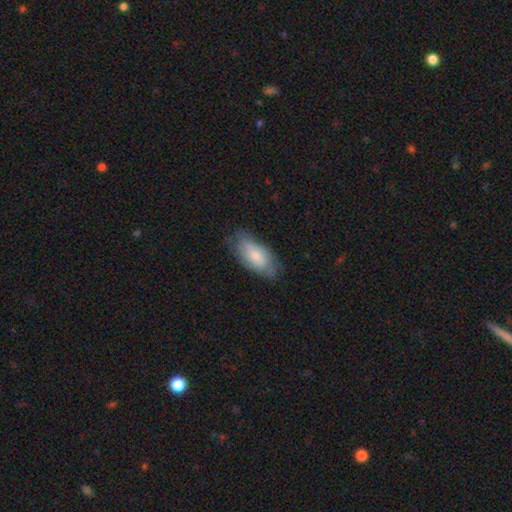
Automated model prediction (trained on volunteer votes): The model was most divided on "smooth or featured": smooth: 58%, featured or disk: 36%, star or artifact: 6%. More confident: how rounded — in between (88%); merging — none (69%).